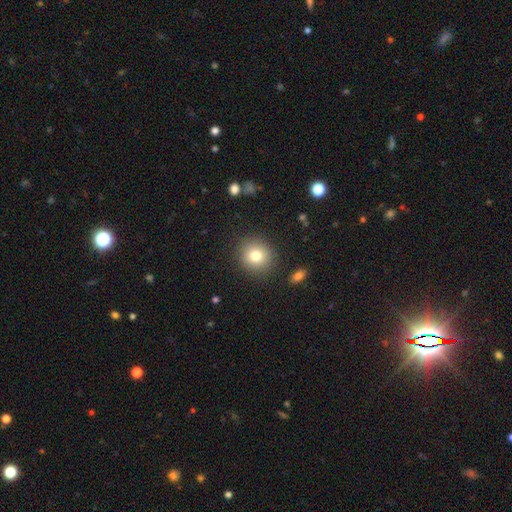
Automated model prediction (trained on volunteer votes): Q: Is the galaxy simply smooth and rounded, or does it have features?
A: smooth — 79%.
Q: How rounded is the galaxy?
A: round — 89%.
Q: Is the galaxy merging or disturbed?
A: none — 88%.